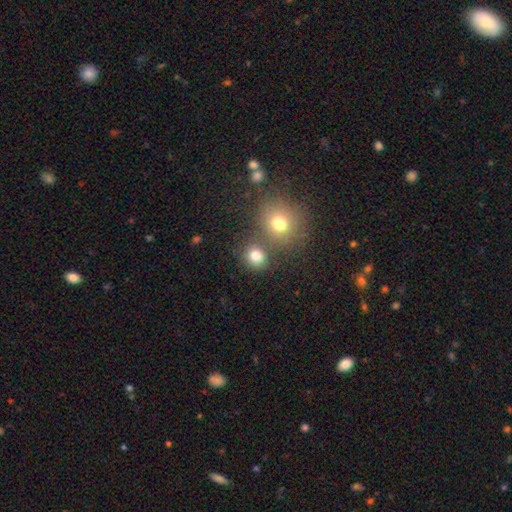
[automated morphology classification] Q: Smooth or featured?
A: smooth (78%); runner-up: star or artifact (15%)
Q: How rounded?
A: round (81%); runner-up: in between (18%)
Q: Merging?
A: none (64%); runner-up: merger (25%)